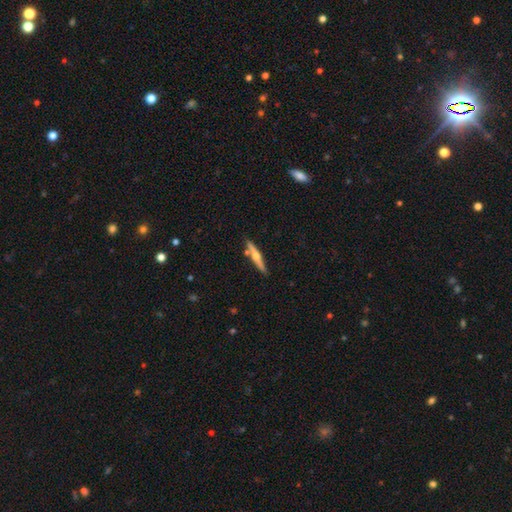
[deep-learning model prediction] Smooth or featured? featured or disk (64%)
Edge-on disk? yes (96%)
Edge-on bulge? rounded (91%)
Merging? none (81%)